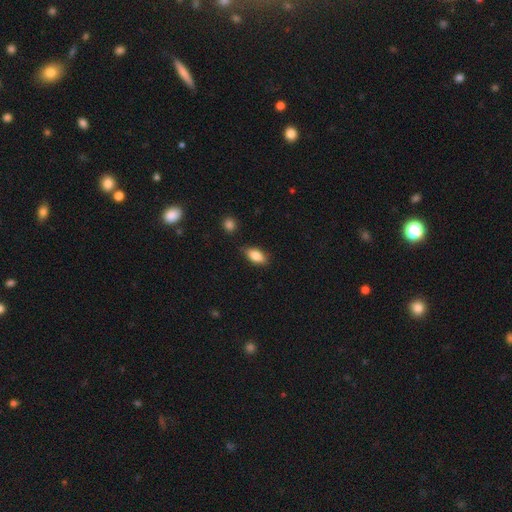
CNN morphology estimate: The model was most divided on "merging": none: 79%, minor disturbance: 16%, major disturbance: 3%, merger: 2%. More confident: how rounded — in between (88%); smooth or featured — smooth (83%).